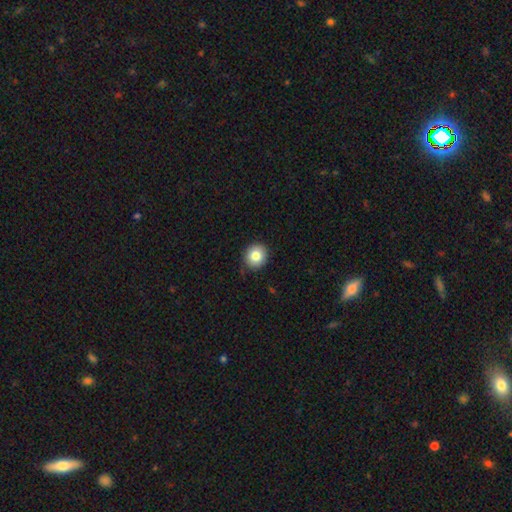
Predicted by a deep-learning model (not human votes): Smooth or featured: smooth — 82% (star or artifact — 9%)
How rounded: round — 84% (in between — 15%)
Merging: none — 89% (minor disturbance — 8%)